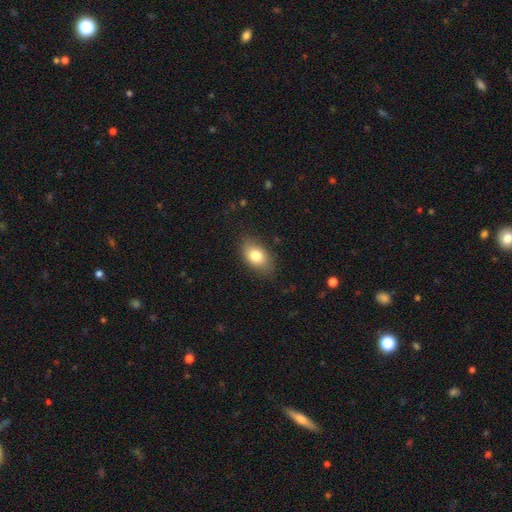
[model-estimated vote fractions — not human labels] Morphology: type=smooth (79%); roundness=in between (87%); merging=none (80%).